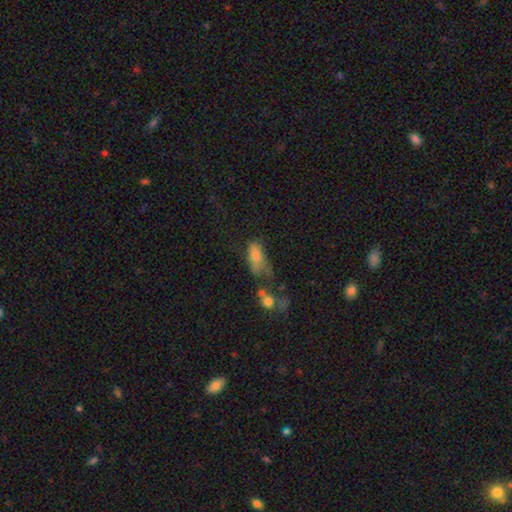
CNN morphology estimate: smooth 70%, featured or disk 19%, star or artifact 12%. Down the decision tree: how rounded — in between (78%); merging — major disturbance (34%).